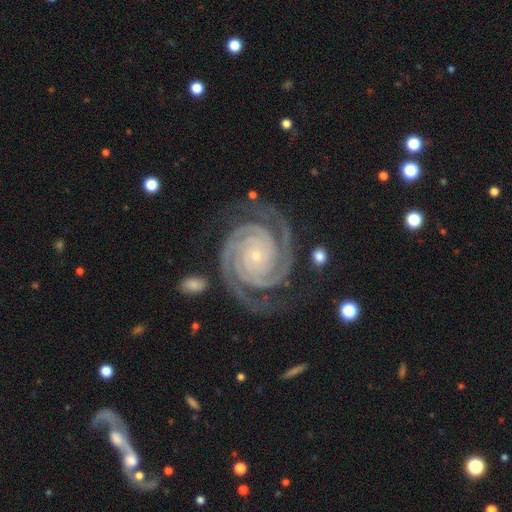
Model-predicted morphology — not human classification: The model was most divided on "spiral arm count": 2: 66%, 3: 15%, 4: 6%, can't tell: 5%, more than 4: 4%, 1: 4%. More confident: spiral arms — yes (99%); edge-on disk — no (98%); smooth or featured — featured or disk (94%); spiral winding — tight (86%); bulge size — small (86%); merging — none (78%); bar — no (76%).